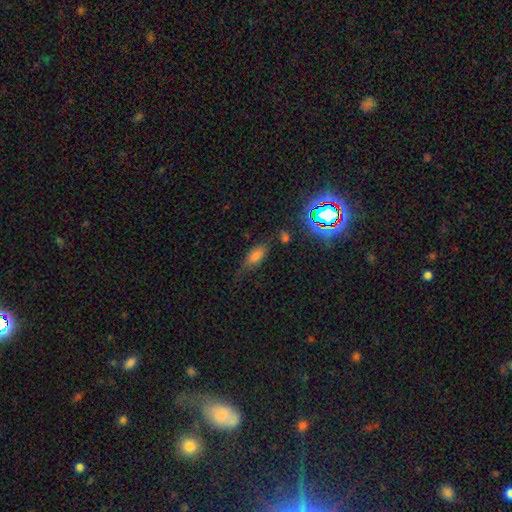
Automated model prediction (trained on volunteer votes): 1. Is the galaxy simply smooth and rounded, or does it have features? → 67% smooth, 20% star or artifact, 14% featured or disk.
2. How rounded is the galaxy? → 78% in between, 18% cigar-shaped, 4% round.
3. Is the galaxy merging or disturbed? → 61% none, 25% minor disturbance, 10% major disturbance, 4% merger.